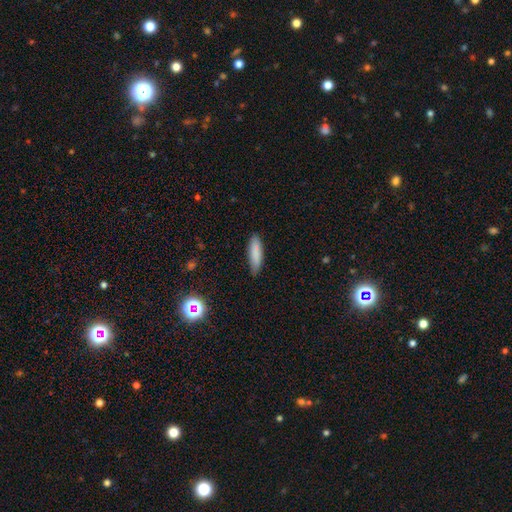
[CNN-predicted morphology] smooth_or_featured: smooth (p=0.82) [alt: featured or disk p=0.10]
how_rounded: cigar-shaped (p=0.57) [alt: in between p=0.41]
merging: none (p=0.78) [alt: minor disturbance p=0.18]